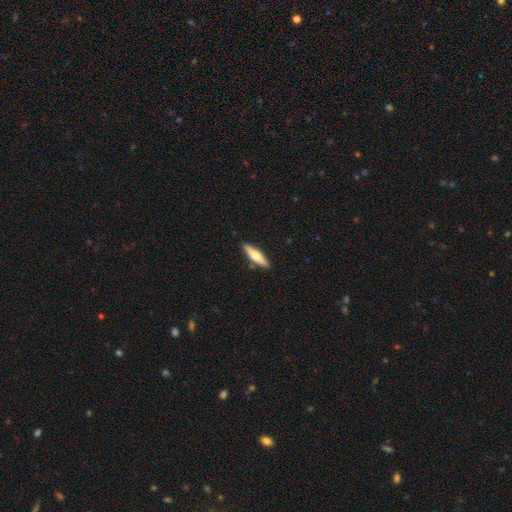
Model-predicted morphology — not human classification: The model was most divided on "smooth or featured": smooth: 54%, featured or disk: 41%, star or artifact: 5%. More confident: merging — none (89%); how rounded — cigar-shaped (76%).